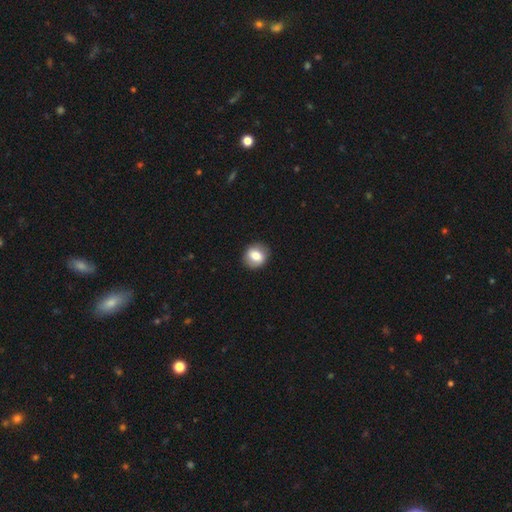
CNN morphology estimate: Q: Smooth or featured?
A: smooth (73%); runner-up: featured or disk (19%)
Q: How rounded?
A: round (76%); runner-up: in between (23%)
Q: Merging?
A: none (89%); runner-up: minor disturbance (8%)